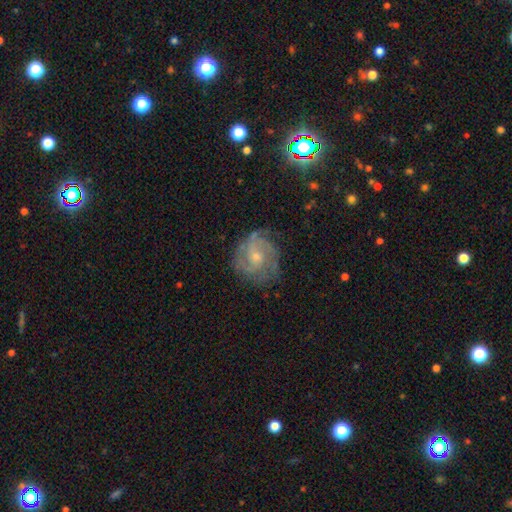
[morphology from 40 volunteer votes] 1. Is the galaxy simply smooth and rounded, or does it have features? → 78% featured or disk, 12% smooth, 10% star or artifact.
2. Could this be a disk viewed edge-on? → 100% no, 0% yes.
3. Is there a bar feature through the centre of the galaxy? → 71% no, 26% weak, 3% strong.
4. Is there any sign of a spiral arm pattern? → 94% yes, 6% no.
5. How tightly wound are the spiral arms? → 62% tight, 31% medium, 7% loose.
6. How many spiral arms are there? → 55% 2, 31% 3, 10% can't tell, 3% more than 4, 0% 1, 0% 4.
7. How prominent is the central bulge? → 65% small, 32% moderate, 3% large, 0% dominant, 0% none.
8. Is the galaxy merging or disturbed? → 58% none, 22% minor disturbance, 17% major disturbance, 3% merger.